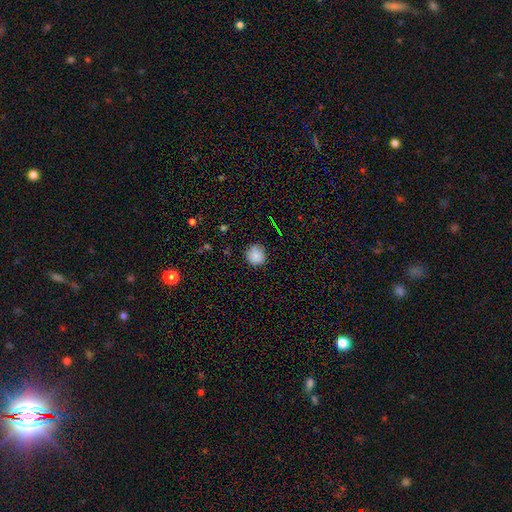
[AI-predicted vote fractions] smooth-or-featured: smooth: 85% | star or artifact: 10% | featured or disk: 4%
  how-rounded: round: 89% | in between: 10% | cigar-shaped: 1%
  merging: none: 86% | minor disturbance: 11% | major disturbance: 2% | merger: 1%